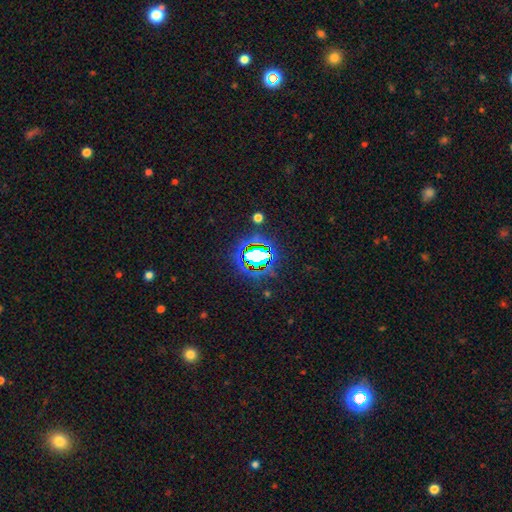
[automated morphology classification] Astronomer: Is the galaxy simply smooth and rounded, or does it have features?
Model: star or artifact — 68%.